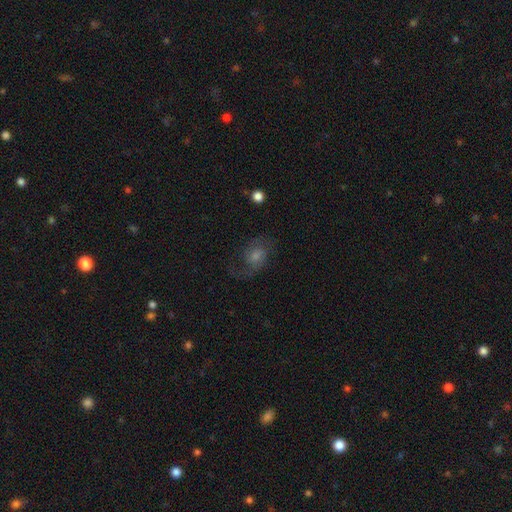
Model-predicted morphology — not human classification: Smooth or featured?
  - featured or disk: 68% *
  - smooth: 19%
  - star or artifact: 14%
Edge-on disk?
  - no: 97% *
  - yes: 3%
Bar?
  - no: 66% *
  - weak: 29%
  - strong: 5%
Spiral arms?
  - yes: 92% *
  - no: 8%
Spiral winding?
  - medium: 48% *
  - loose: 35%
  - tight: 18%
Spiral arm count?
  - 2: 83% *
  - can't tell: 8%
  - 1: 5%
  - 3: 2%
  - 4: 1%
  - more than 4: 1%
Bulge size?
  - moderate: 45% *
  - small: 35%
  - large: 11%
  - none: 7%
  - dominant: 2%
Merging?
  - none: 70% *
  - minor disturbance: 16%
  - major disturbance: 13%
  - merger: 1%